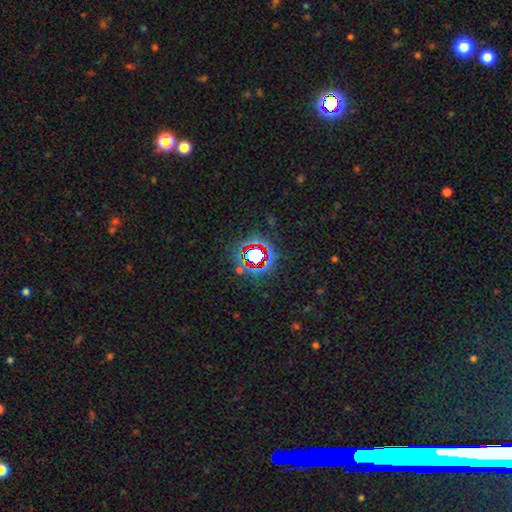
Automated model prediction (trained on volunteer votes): Morphology: type=star or artifact (69%).